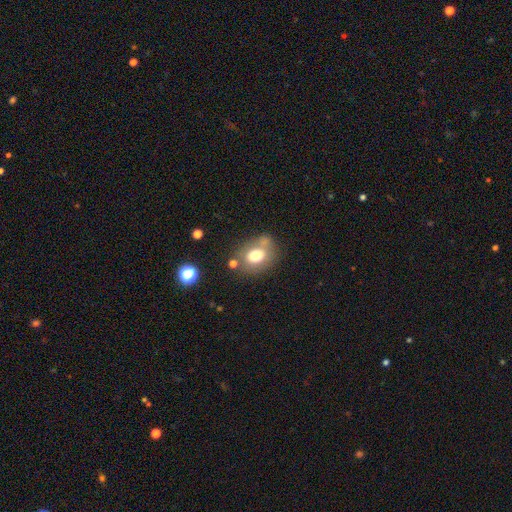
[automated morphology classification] smooth 72%, featured or disk 17%, star or artifact 11%. Down the decision tree: how rounded — in between (55%); merging — none (58%).